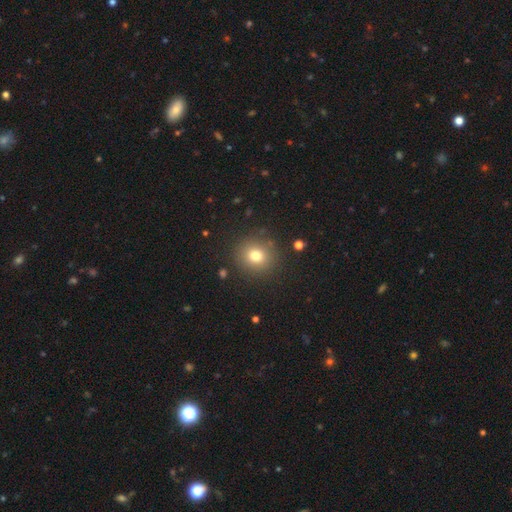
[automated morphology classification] Q: Smooth or featured?
A: smooth (76%); runner-up: star or artifact (15%)
Q: How rounded?
A: round (88%); runner-up: in between (11%)
Q: Merging?
A: none (88%); runner-up: minor disturbance (7%)